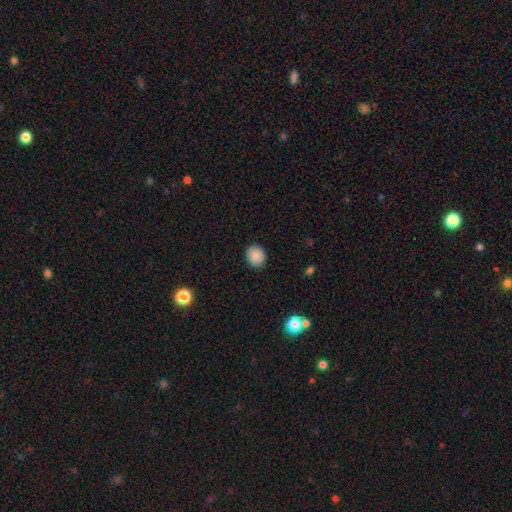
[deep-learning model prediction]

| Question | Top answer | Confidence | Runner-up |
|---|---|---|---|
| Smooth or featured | smooth | 88% | star or artifact (9%) |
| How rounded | round | 69% | in between (31%) |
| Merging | none | 90% | minor disturbance (7%) |